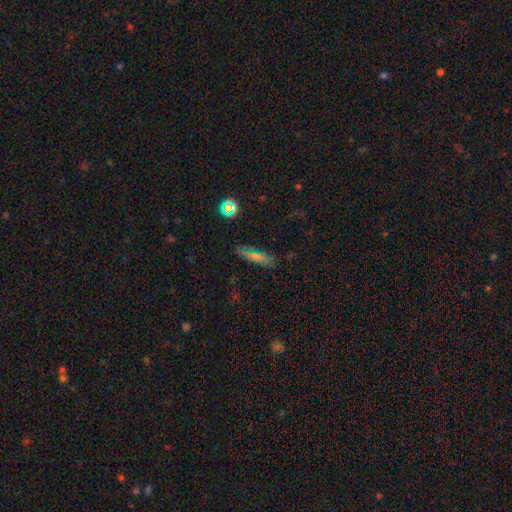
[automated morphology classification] This is likely a smooth galaxy (62%). How rounded: likely cigar-shaped (68%). Merging: likely none (77%).